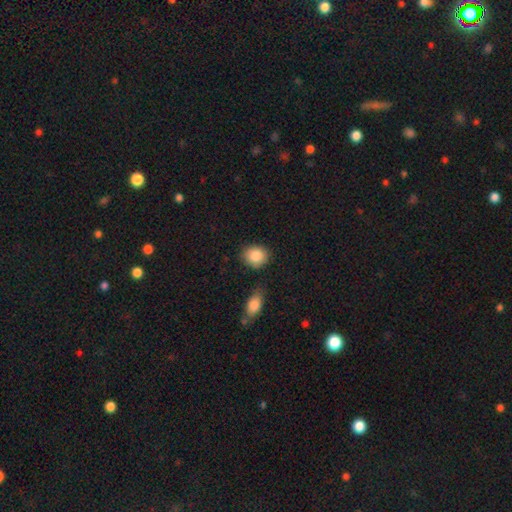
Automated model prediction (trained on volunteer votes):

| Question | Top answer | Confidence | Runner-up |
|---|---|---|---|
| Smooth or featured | smooth | 87% | star or artifact (7%) |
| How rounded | round | 71% | in between (27%) |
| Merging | none | 80% | minor disturbance (12%) |